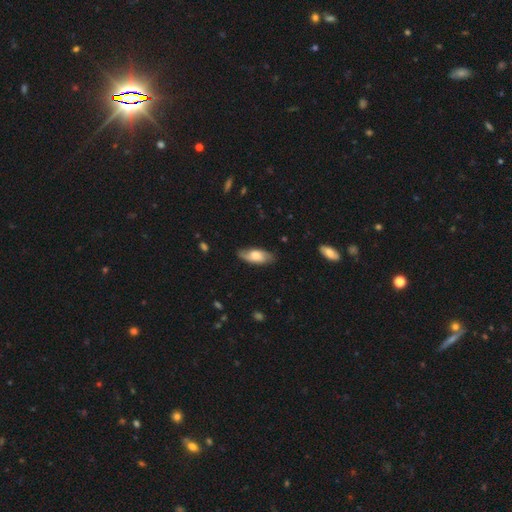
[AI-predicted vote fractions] This appears to be a smooth galaxy with no disk features (49%). Merging: none (79%).